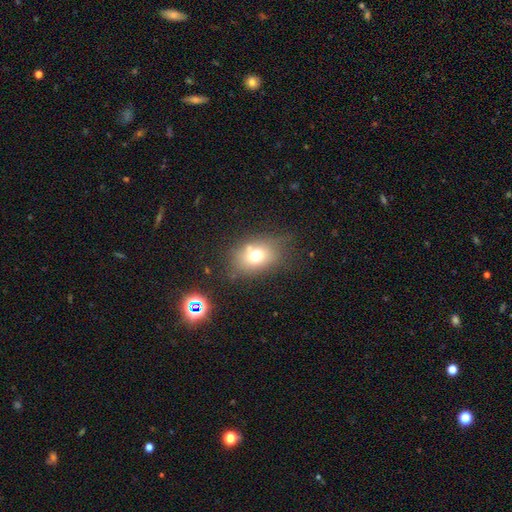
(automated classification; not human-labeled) Morphology: type=smooth (69%); roundness=in between (64%); merging=none (66%).